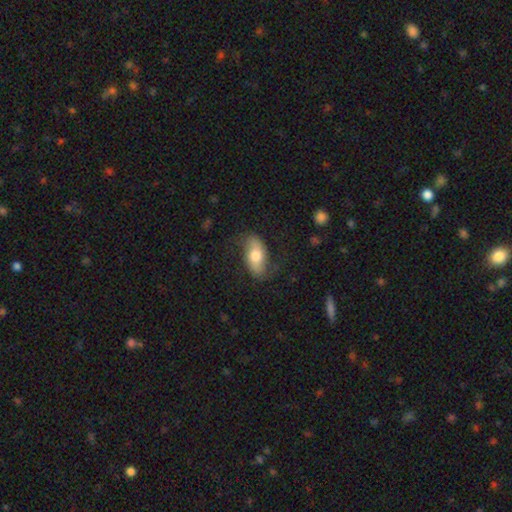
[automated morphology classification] smooth 55%, featured or disk 39%, star or artifact 6%. Down the decision tree: how rounded — in between (88%); merging — none (70%).